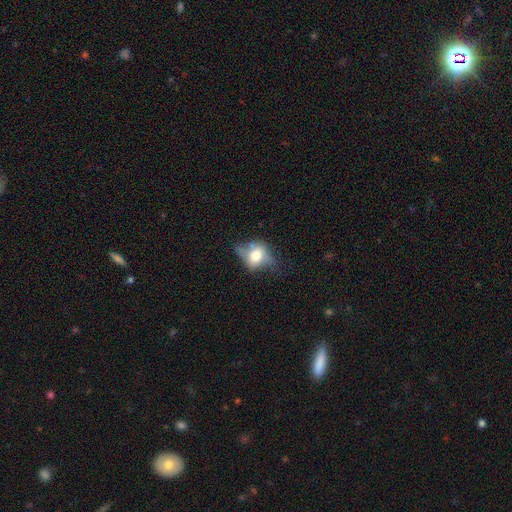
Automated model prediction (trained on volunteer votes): Smooth or featured? smooth (55%)
How rounded? in between (58%)
Merging? none (43%)